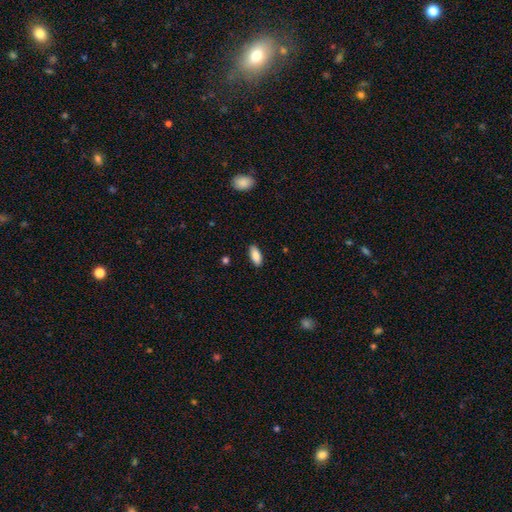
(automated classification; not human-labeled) Smooth or featured? Predicted: smooth (p=0.87). How rounded? Predicted: in between (p=0.84). Merging? Predicted: none (p=0.88).